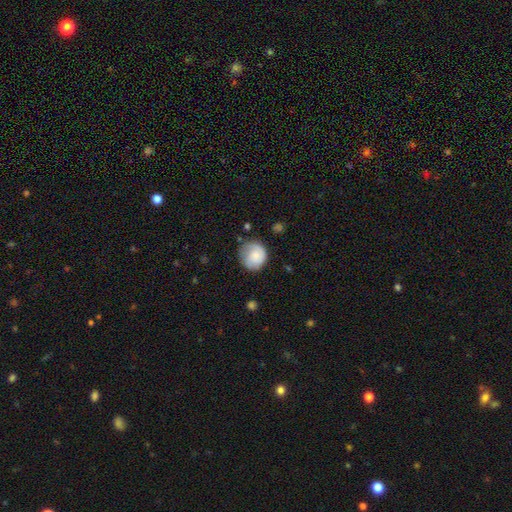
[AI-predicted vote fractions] This appears to be a smooth galaxy with no disk features (70%) that is round (84%). Merging: none (61%).